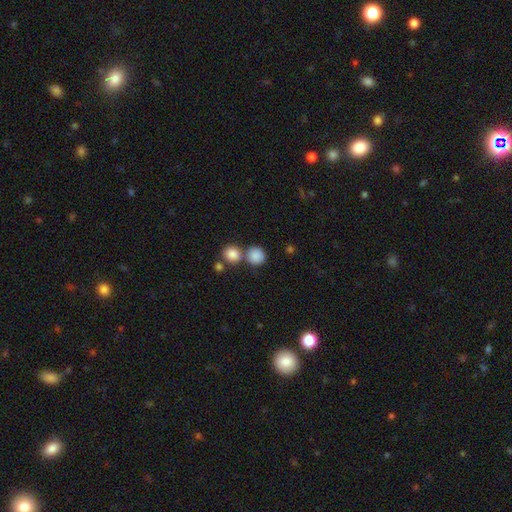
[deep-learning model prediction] Smooth or featured? smooth (85%)
How rounded? round (89%)
Merging? none (59%)